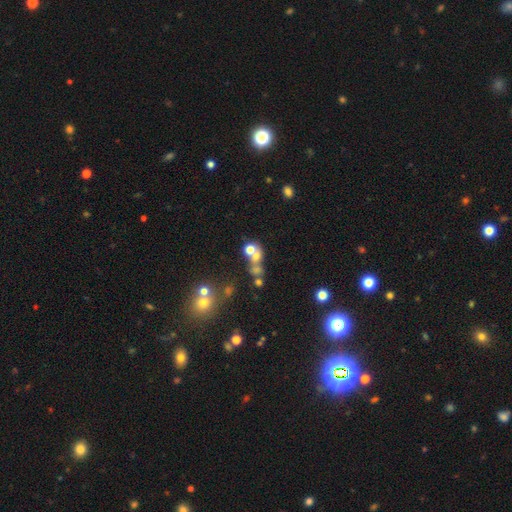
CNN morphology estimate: A smooth galaxy with no disk features (54%) that is round (71%).

Vote fractions:
- Smooth or featured? smooth: 54% / featured or disk: 25% / star or artifact: 21%
- How rounded? round: 71% / in between: 27% / cigar-shaped: 2%
- Merging? merger: 49% / none: 34% / minor disturbance: 9% / major disturbance: 8%